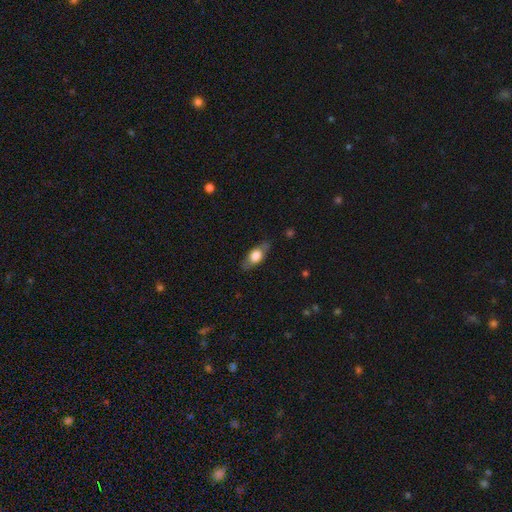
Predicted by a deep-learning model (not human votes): Smooth or featured?
  - smooth: 60% *
  - featured or disk: 33%
  - star or artifact: 6%
How rounded?
  - in between: 77% *
  - cigar-shaped: 17%
  - round: 7%
Merging?
  - none: 78% *
  - minor disturbance: 16%
  - major disturbance: 4%
  - merger: 1%